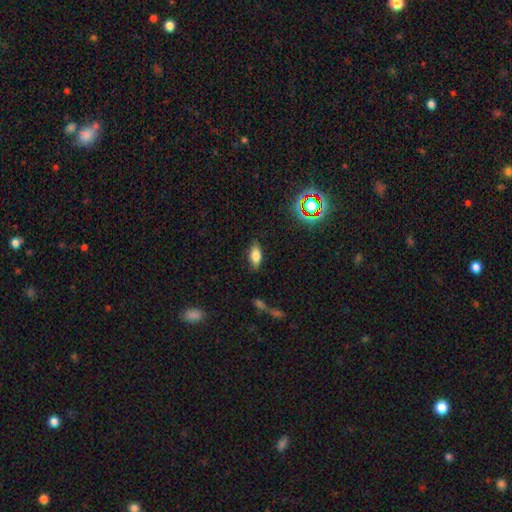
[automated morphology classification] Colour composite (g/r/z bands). It shows a smooth galaxy with no disk features (74%) that is in between round and cigar-shaped (84%). Merging: none (82%).